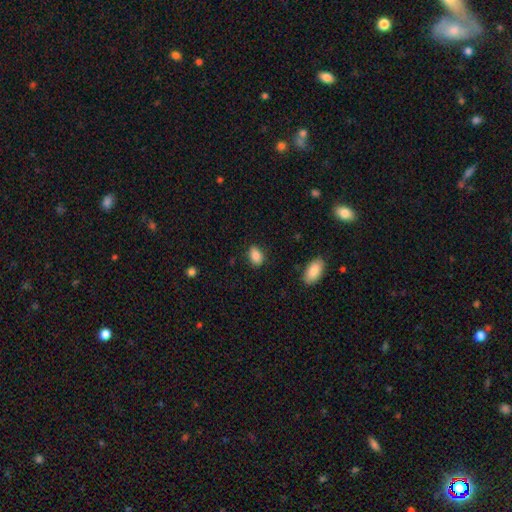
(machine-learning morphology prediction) A smooth galaxy with no disk features (86%) that is in between round and cigar-shaped (83%). Merging: none (84%).